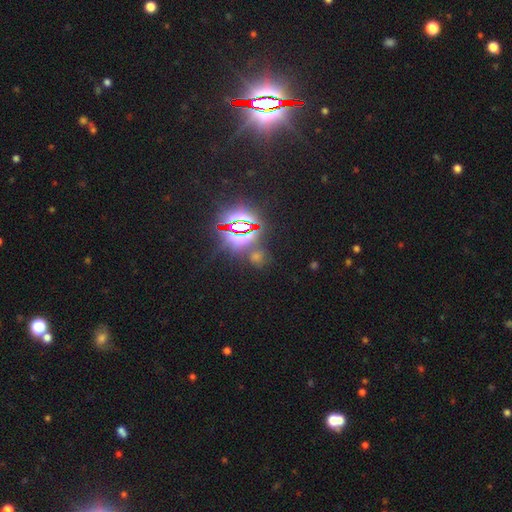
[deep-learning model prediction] smooth-or-featured: star or artifact: 78% | smooth: 15% | featured or disk: 7%